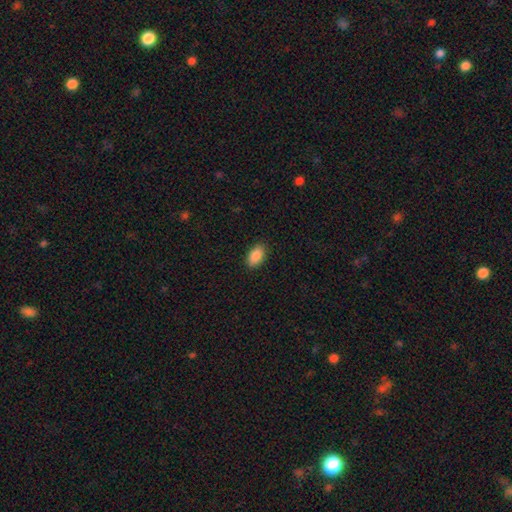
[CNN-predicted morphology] Smooth or featured? smooth (89%)
How rounded? in between (93%)
Merging? none (89%)